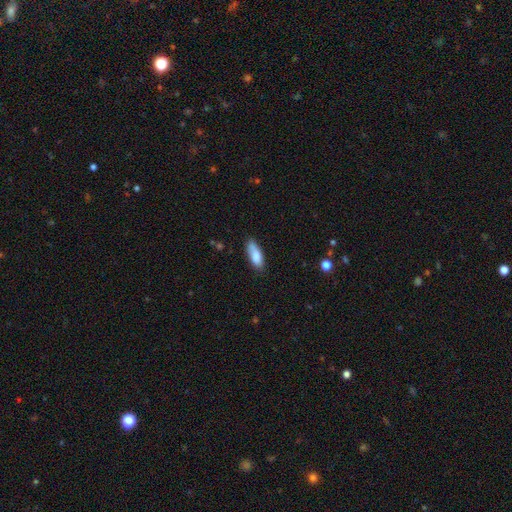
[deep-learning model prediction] A smooth galaxy with no disk features (82%) that is in between round and cigar-shaped (68%). Merging: none (66%).